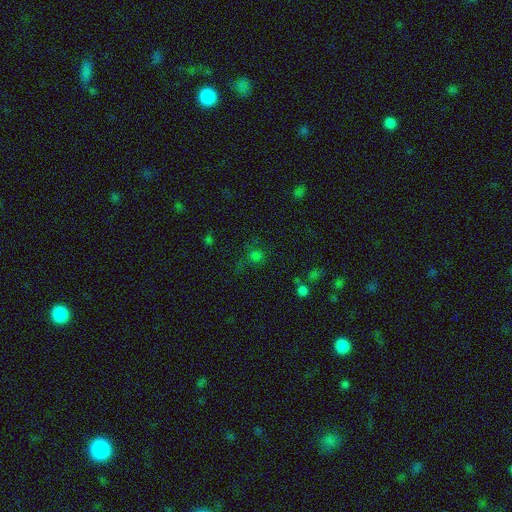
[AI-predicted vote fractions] Morphology: type=smooth (56%); roundness=round (75%); merging=none (59%).